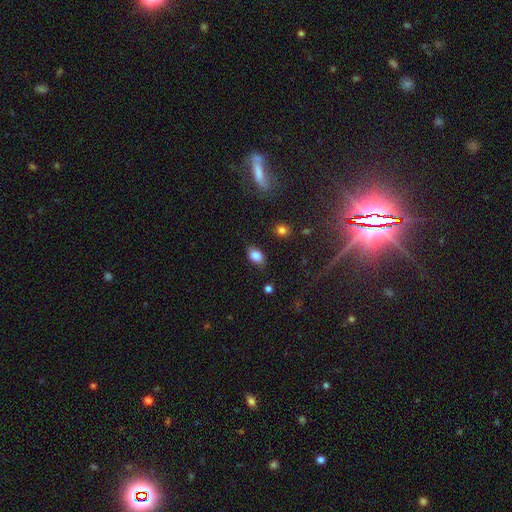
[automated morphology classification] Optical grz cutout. It shows a smooth galaxy with no disk features (81%) that is in between round and cigar-shaped (86%). Merging: none (80%).